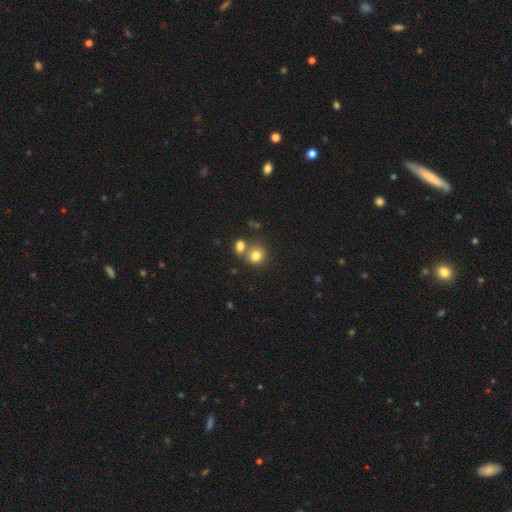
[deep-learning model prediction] smooth 79%, star or artifact 12%, featured or disk 9%. Down the decision tree: how rounded — round (79%); merging — none (53%).